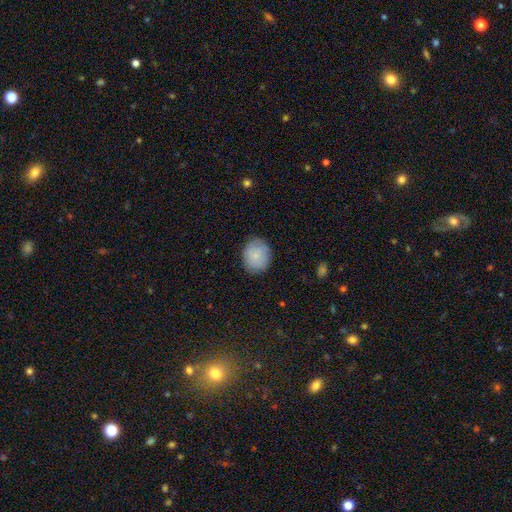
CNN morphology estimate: Smooth or featured? Predicted: smooth (p=0.82). How rounded? Predicted: round (p=0.70). Merging? Predicted: none (p=0.84).